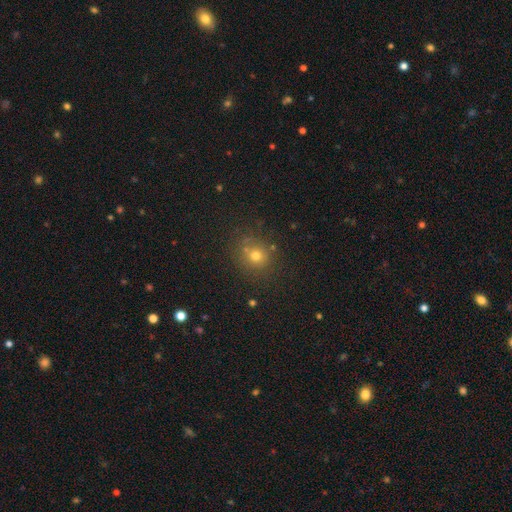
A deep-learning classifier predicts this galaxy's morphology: smooth 70%, star or artifact 20%, featured or disk 10%. Down the decision tree: how rounded — round (84%); merging — none (76%).